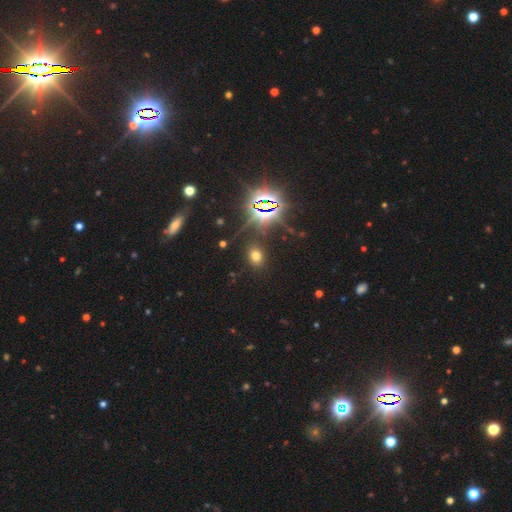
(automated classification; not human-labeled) Q: Smooth or featured?
A: smooth (59%); runner-up: star or artifact (32%)
Q: How rounded?
A: in between (64%); runner-up: round (35%)
Q: Merging?
A: none (85%); runner-up: minor disturbance (9%)